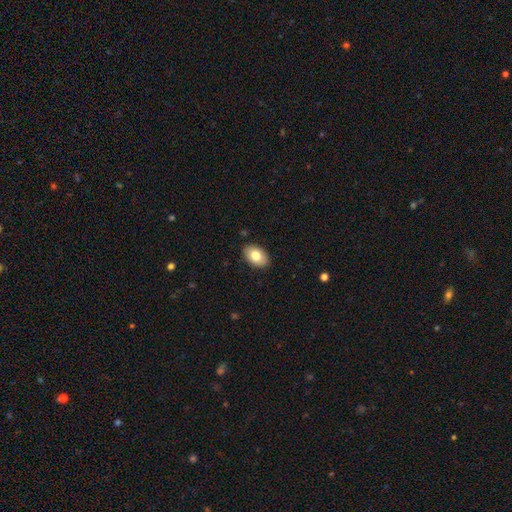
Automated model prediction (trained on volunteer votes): A smooth galaxy with no disk features (79%) that is in between round and cigar-shaped (90%).

Vote fractions:
- Smooth or featured? smooth: 79% / featured or disk: 14% / star or artifact: 7%
- How rounded? in between: 90% / round: 9% / cigar-shaped: 1%
- Merging? none: 88% / minor disturbance: 9% / major disturbance: 2% / merger: 1%